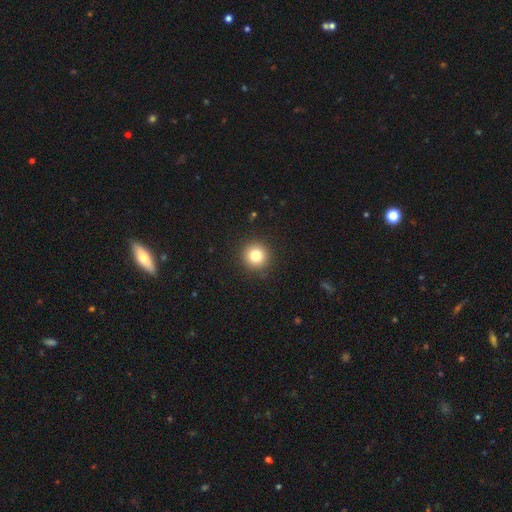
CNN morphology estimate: This is clearly a smooth galaxy (81%). How rounded: clearly round (95%). Merging: clearly none (92%).